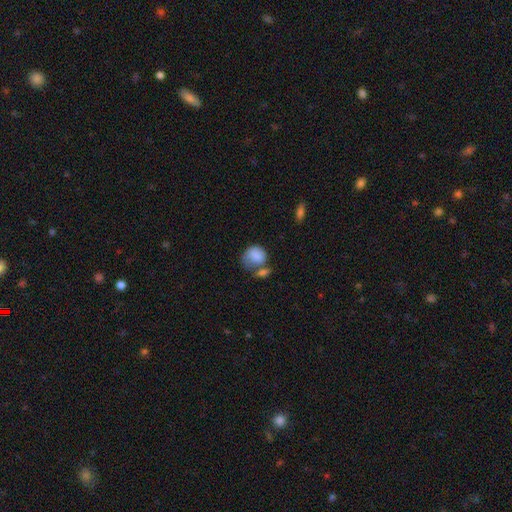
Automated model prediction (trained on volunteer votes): The model was most divided on "merging": merger: 35%, none: 28%, minor disturbance: 19%, major disturbance: 17%. More confident: smooth or featured — smooth (81%); how rounded — round (56%).